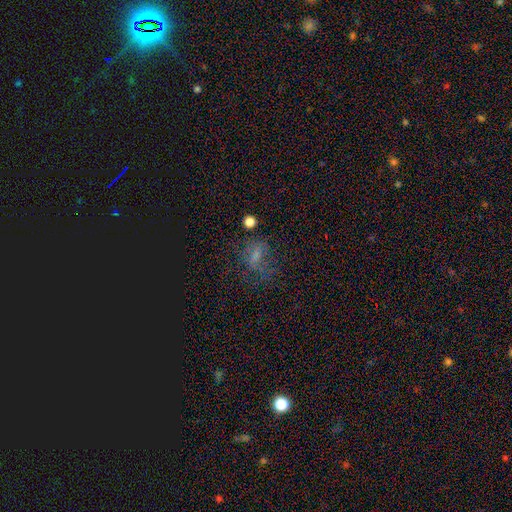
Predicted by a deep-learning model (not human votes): Smooth or featured? smooth (39%)
Merging? none (45%)